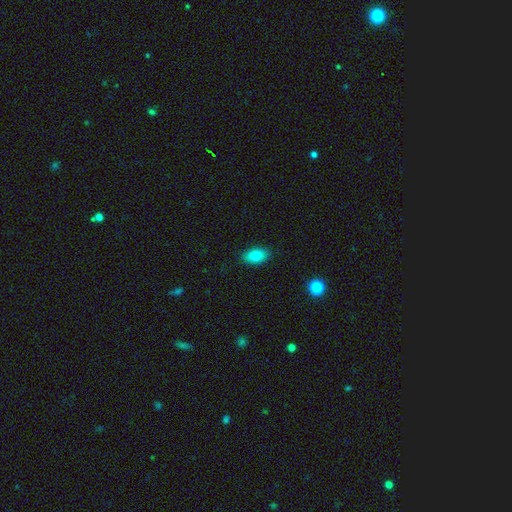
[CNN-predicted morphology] A smooth galaxy with no disk features (80%) that is in between round and cigar-shaped (89%). Merging: none (88%).